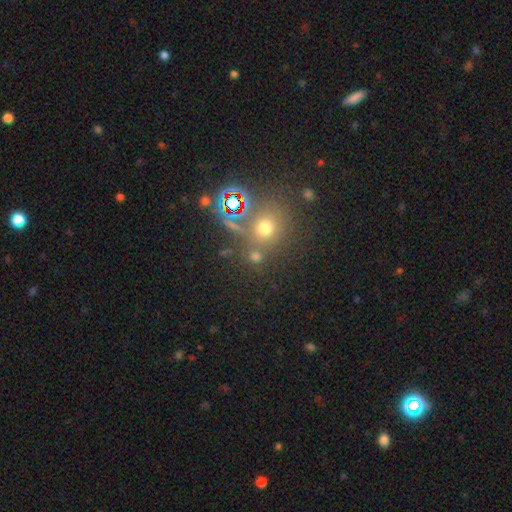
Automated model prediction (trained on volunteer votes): smooth-or-featured: smooth: 48% | star or artifact: 42% | featured or disk: 10%
  merging: none: 69% | merger: 16% | minor disturbance: 10% | major disturbance: 5%